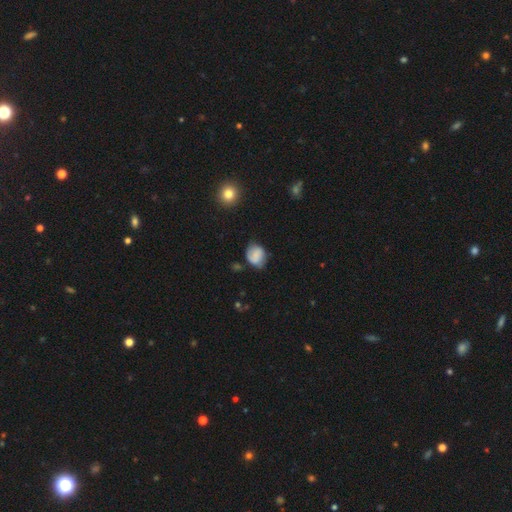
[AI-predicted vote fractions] smooth_or_featured: smooth (p=0.67) [alt: featured or disk p=0.23]
how_rounded: in between (p=0.50) [alt: round p=0.49]
merging: none (p=0.60) [alt: minor disturbance p=0.29]